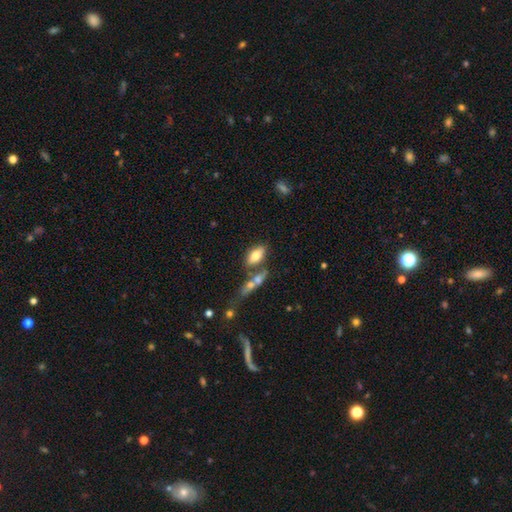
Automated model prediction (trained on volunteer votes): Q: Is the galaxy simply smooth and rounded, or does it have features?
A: smooth — 74%.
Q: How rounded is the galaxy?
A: in between — 86%.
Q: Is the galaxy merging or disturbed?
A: none — 57%.